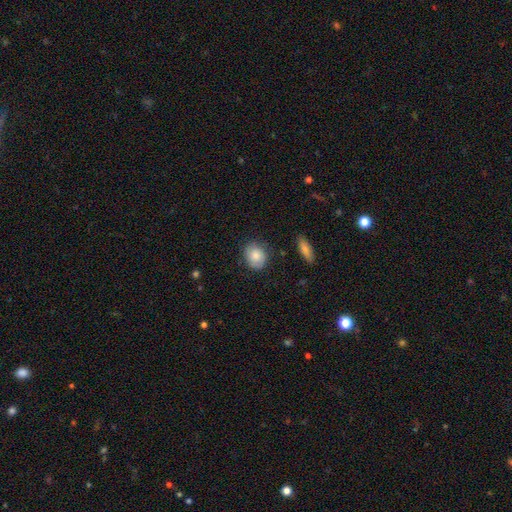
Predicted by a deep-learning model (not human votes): This appears to be a smooth galaxy with no disk features (72%) that is round (57%). Merging: none (76%).